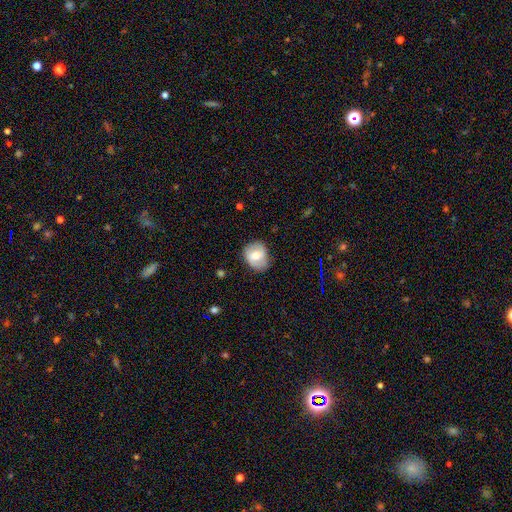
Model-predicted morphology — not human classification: Smooth or featured? Predicted: smooth (p=0.56). How rounded? Predicted: round (p=0.60). Merging? Predicted: none (p=0.71).